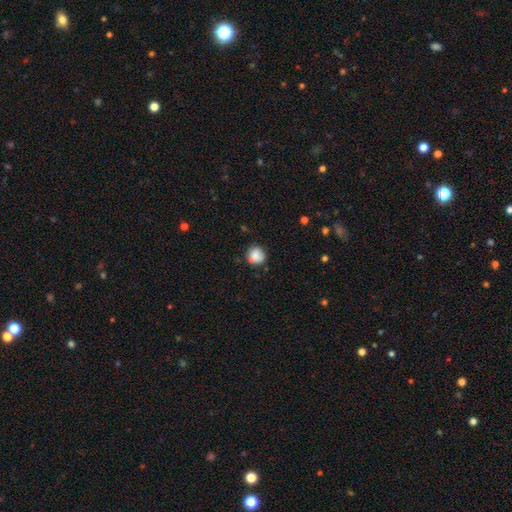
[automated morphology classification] The model was most divided on "merging": none: 80%, minor disturbance: 16%, major disturbance: 3%, merger: 2%. More confident: how rounded — round (89%); smooth or featured — smooth (85%).